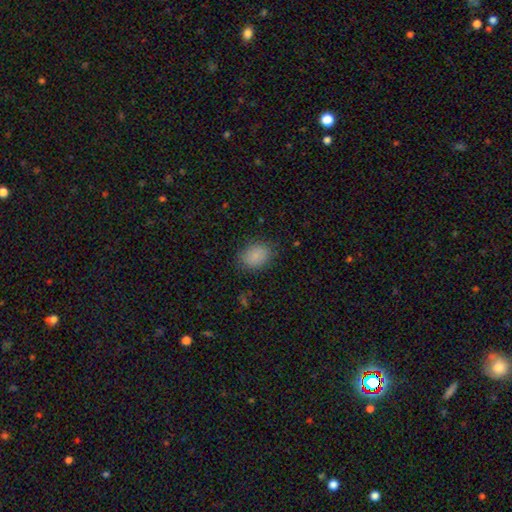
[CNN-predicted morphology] Smooth or featured? Predicted: smooth (p=0.87). How rounded? Predicted: in between (p=0.68). Merging? Predicted: none (p=0.83).